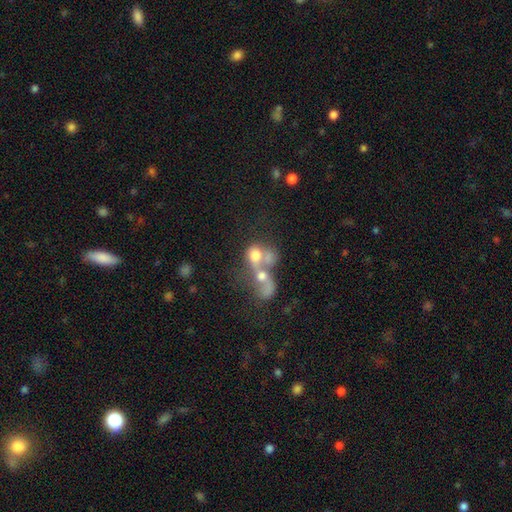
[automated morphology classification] smooth-or-featured: smooth: 55% | featured or disk: 31% | star or artifact: 13%
  how-rounded: round: 50% | in between: 48% | cigar-shaped: 2%
  merging: merger: 74% | major disturbance: 11% | none: 10% | minor disturbance: 5%